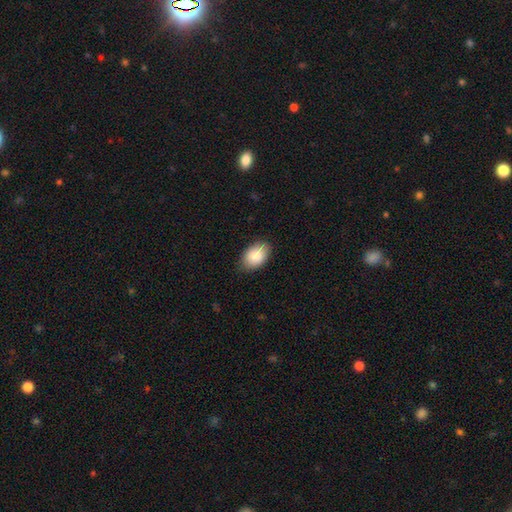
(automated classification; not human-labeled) Smooth or featured? smooth (88%)
How rounded? in between (88%)
Merging? none (79%)